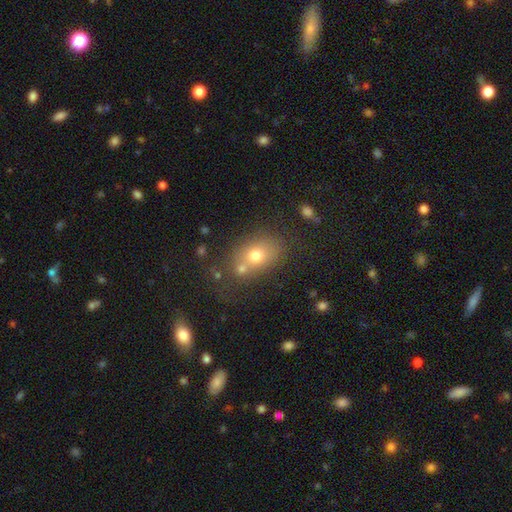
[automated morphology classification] Overall: smooth (70%). How rounded: in between (66%; round 33%). Merging: none (53%; merger 27%).